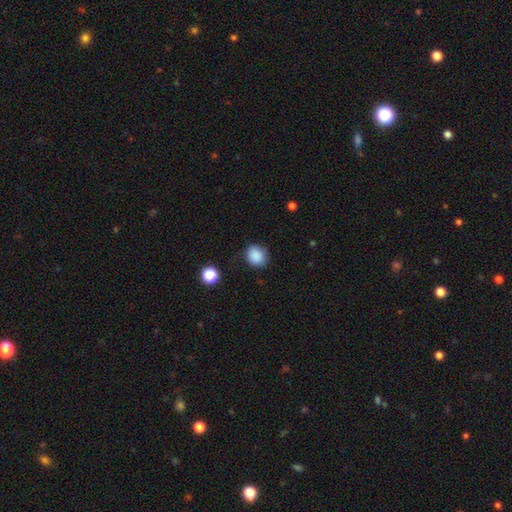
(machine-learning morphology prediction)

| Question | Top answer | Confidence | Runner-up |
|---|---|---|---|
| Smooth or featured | smooth | 87% | star or artifact (9%) |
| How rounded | round | 73% | in between (26%) |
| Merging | none | 79% | minor disturbance (16%) |